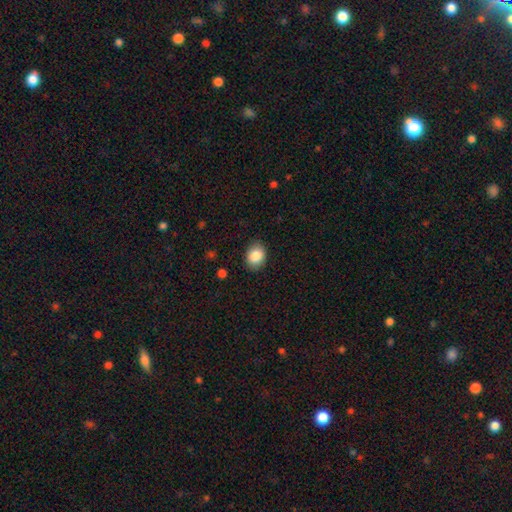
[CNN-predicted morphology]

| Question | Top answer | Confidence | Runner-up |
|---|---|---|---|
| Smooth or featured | smooth | 86% | star or artifact (8%) |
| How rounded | in between | 60% | round (39%) |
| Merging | none | 87% | minor disturbance (10%) |